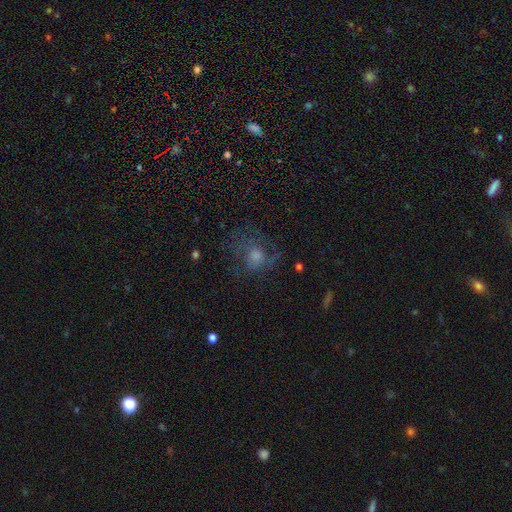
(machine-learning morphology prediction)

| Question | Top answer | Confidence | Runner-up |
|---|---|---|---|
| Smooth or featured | featured or disk | 45% | smooth (31%) |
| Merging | none | 60% | major disturbance (21%) |